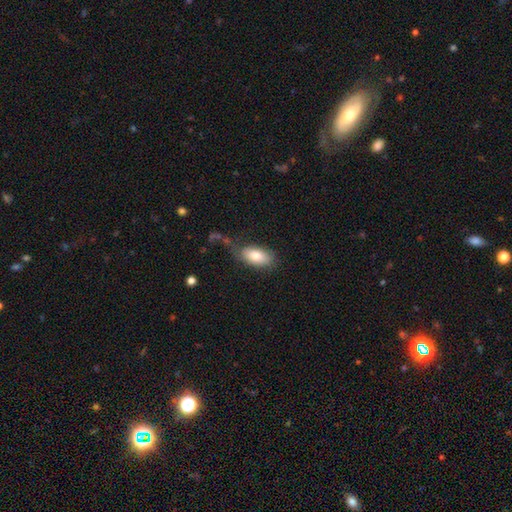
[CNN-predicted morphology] type=smooth (80%); roundness=in between (92%); merging=none (63%).